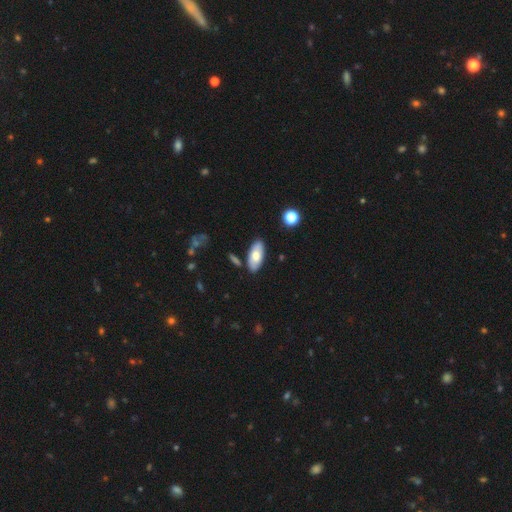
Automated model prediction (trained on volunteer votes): The model was most divided on "smooth or featured": smooth: 70%, featured or disk: 24%, star or artifact: 6%. More confident: how rounded — in between (90%); merging — none (84%).